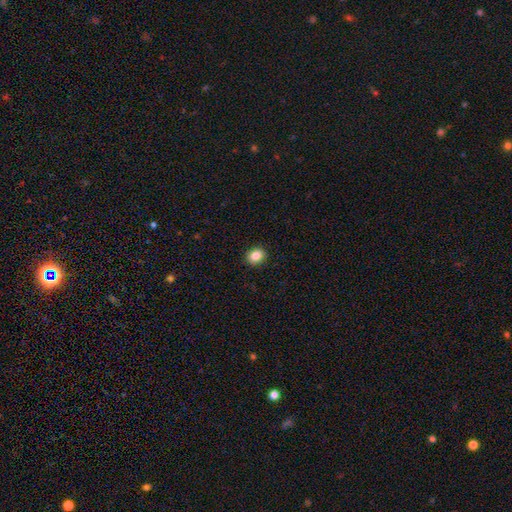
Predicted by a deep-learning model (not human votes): This appears to be a smooth galaxy with no disk features (85%) that is round (61%). Merging: none (92%).